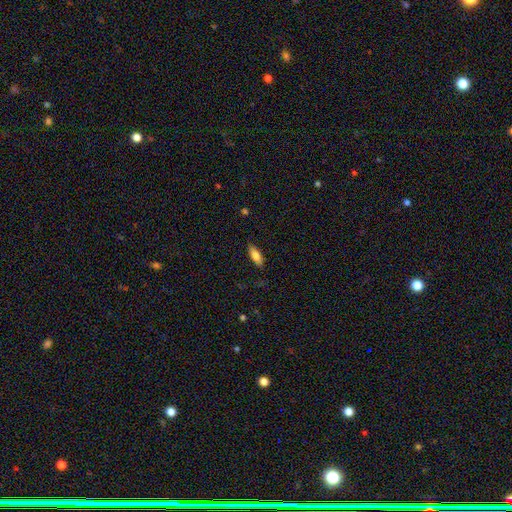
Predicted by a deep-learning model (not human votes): Overall: smooth (75%). How rounded: in between (66%; cigar-shaped 32%). Merging: none (85%).